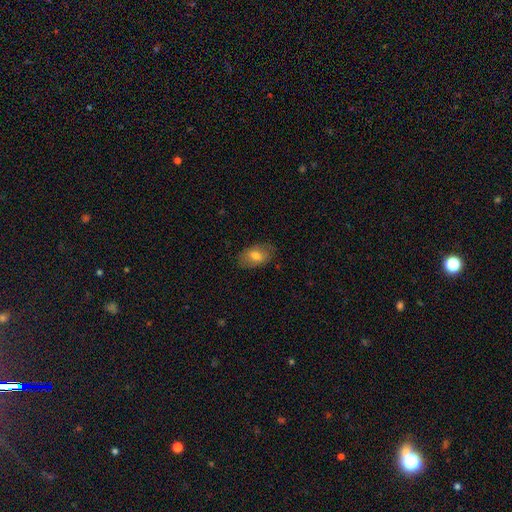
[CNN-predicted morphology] A smooth galaxy with no disk features (68%) that is in between round and cigar-shaped (89%). Merging: none (78%).